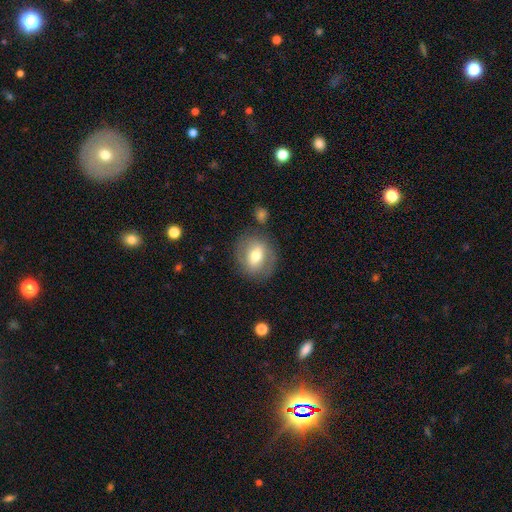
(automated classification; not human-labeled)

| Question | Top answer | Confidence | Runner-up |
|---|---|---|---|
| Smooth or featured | smooth | 55% | featured or disk (37%) |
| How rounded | round | 64% | in between (35%) |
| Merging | none | 77% | minor disturbance (13%) |